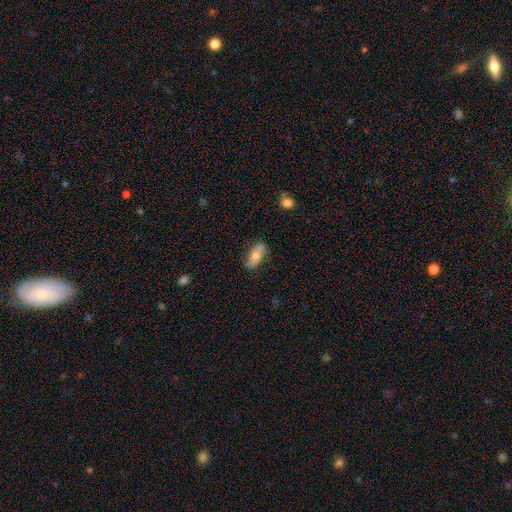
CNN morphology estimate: type=smooth (61%); roundness=in between (78%); merging=none (78%).